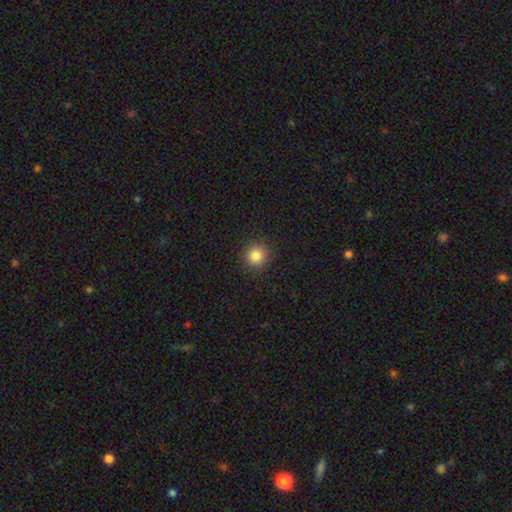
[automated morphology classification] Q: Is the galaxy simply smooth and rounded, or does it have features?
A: smooth — 84%.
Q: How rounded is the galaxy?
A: round — 93%.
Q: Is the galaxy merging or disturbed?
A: none — 91%.